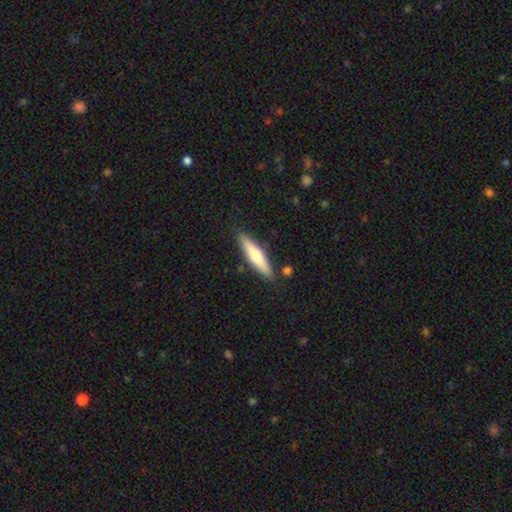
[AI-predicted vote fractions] Smooth or featured?
  - smooth: 54% *
  - featured or disk: 40%
  - star or artifact: 5%
How rounded?
  - cigar-shaped: 80% *
  - in between: 18%
  - round: 2%
Merging?
  - none: 86% *
  - minor disturbance: 9%
  - merger: 3%
  - major disturbance: 2%